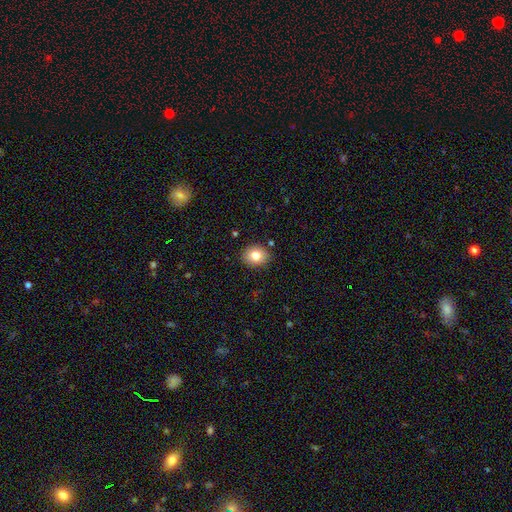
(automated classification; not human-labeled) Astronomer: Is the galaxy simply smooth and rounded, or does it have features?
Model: smooth — 81%.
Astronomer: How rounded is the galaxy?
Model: round — 56% (runner-up: in between, 43%).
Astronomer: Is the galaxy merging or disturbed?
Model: none — 88%.